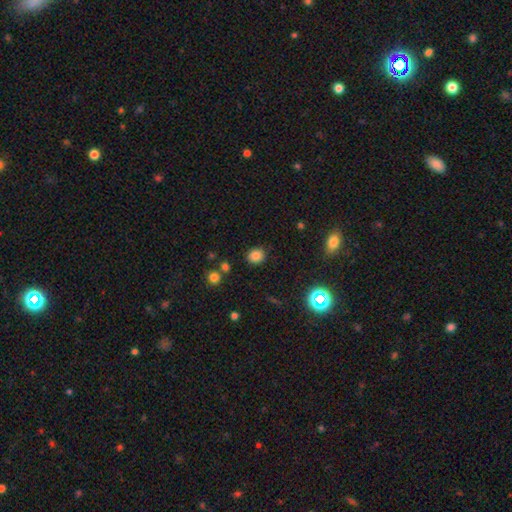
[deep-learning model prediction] smooth_or_featured: smooth (p=0.80) [alt: star or artifact p=0.14]
how_rounded: round (p=0.72) [alt: in between p=0.27]
merging: none (p=0.86) [alt: minor disturbance p=0.09]